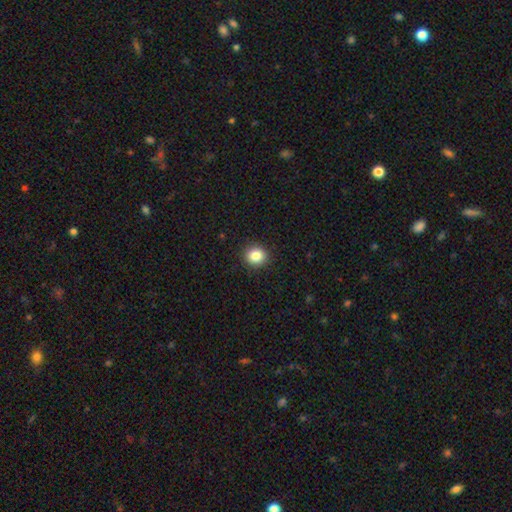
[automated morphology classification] Smooth or featured? smooth (84%)
How rounded? round (84%)
Merging? none (92%)